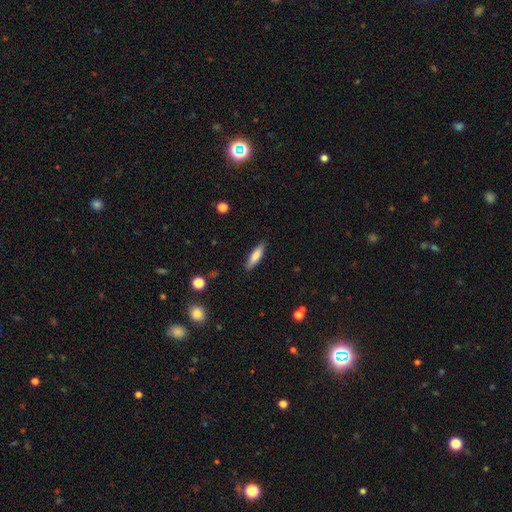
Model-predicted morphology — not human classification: smooth_or_featured: smooth (p=0.78) [alt: featured or disk p=0.16]
how_rounded: cigar-shaped (p=0.67) [alt: in between p=0.31]
merging: none (p=0.87) [alt: minor disturbance p=0.10]